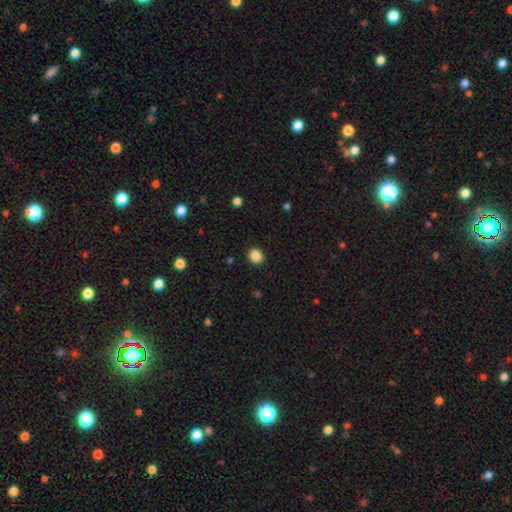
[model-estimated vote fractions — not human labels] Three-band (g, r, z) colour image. It shows a smooth galaxy with no disk features (86%) that is round (77%). Merging: none (91%).